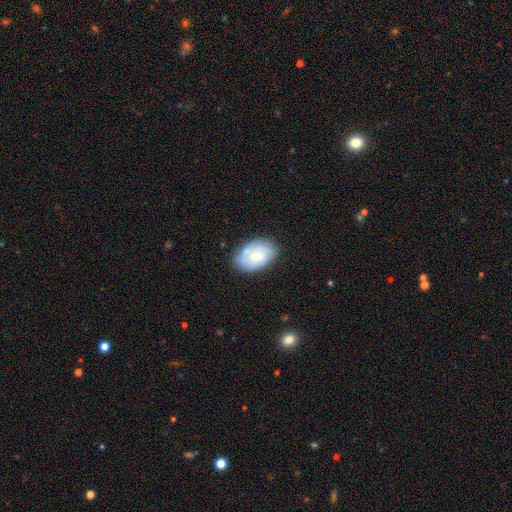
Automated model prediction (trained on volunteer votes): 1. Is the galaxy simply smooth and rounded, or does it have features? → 53% smooth, 40% featured or disk, 7% star or artifact.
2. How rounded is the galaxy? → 87% in between, 12% round, 1% cigar-shaped.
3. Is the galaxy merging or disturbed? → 74% none, 20% minor disturbance, 5% major disturbance, 2% merger.